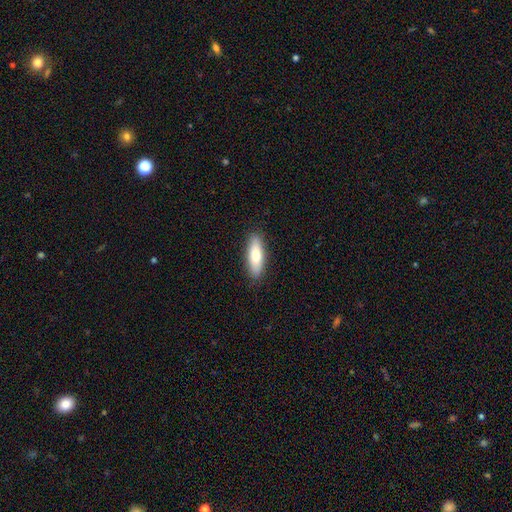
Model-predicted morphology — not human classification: Smooth or featured?
  - smooth: 73% *
  - featured or disk: 21%
  - star or artifact: 6%
How rounded?
  - in between: 56% *
  - cigar-shaped: 42%
  - round: 2%
Merging?
  - none: 88% *
  - minor disturbance: 9%
  - major disturbance: 2%
  - merger: 1%